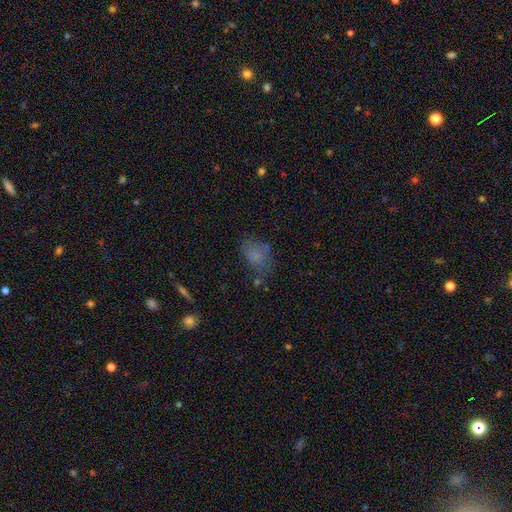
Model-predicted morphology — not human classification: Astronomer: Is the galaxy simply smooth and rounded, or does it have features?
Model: smooth — 66%.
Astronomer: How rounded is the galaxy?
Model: in between — 80%.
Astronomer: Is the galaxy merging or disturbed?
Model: none — 55%.